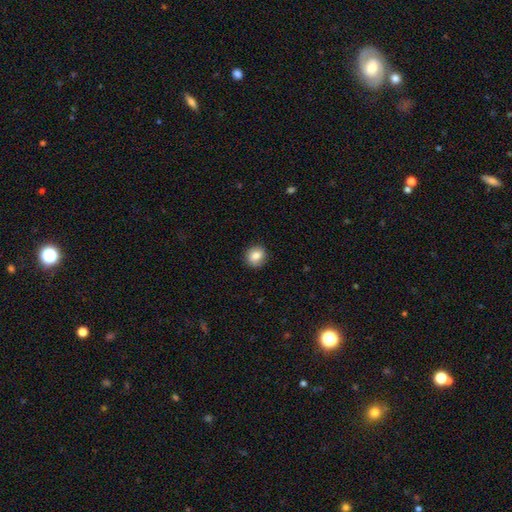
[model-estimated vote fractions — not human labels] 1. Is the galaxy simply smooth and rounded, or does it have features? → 82% smooth, 9% featured or disk, 9% star or artifact.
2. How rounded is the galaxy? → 80% round, 19% in between, 1% cigar-shaped.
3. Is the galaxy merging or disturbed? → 87% none, 10% minor disturbance, 2% major disturbance, 1% merger.